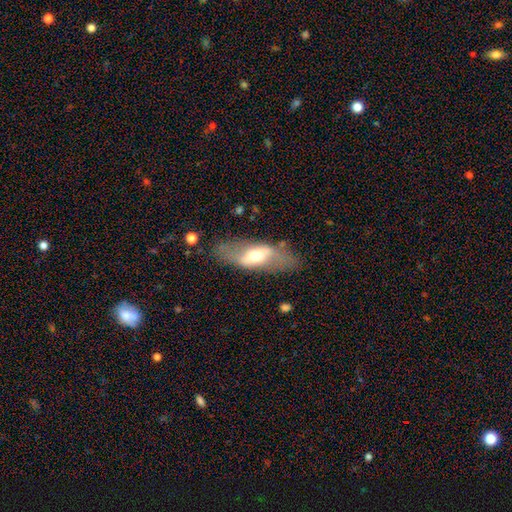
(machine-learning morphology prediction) This appears to be a featured or disk galaxy (53%). Merging: none (72%).